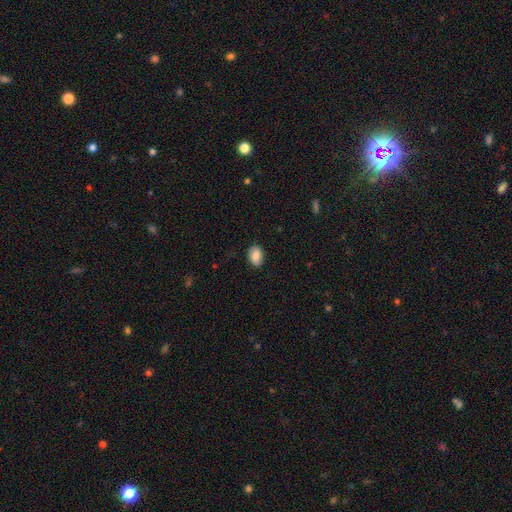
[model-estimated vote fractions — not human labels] Smooth or featured? Predicted: smooth (p=0.83). How rounded? Predicted: in between (p=0.82). Merging? Predicted: none (p=0.86).